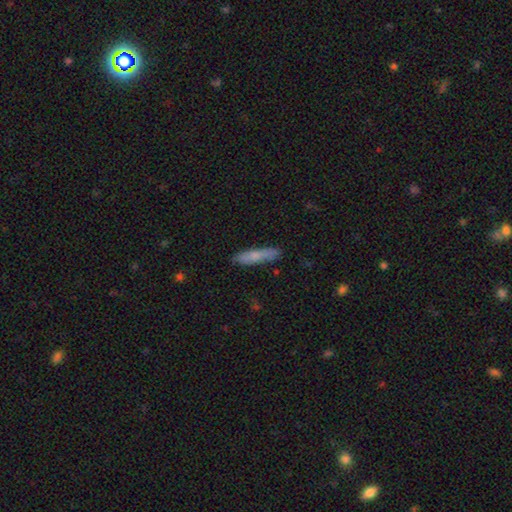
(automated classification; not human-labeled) Smooth or featured: smooth — 72% (featured or disk — 22%)
How rounded: cigar-shaped — 85% (in between — 13%)
Merging: none — 84% (minor disturbance — 12%)